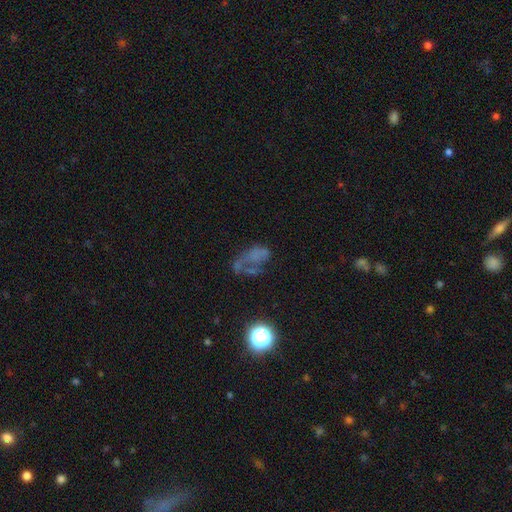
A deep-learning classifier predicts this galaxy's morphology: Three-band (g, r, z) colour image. It shows a featured or disk galaxy (44%). Merging: major disturbance (39%).